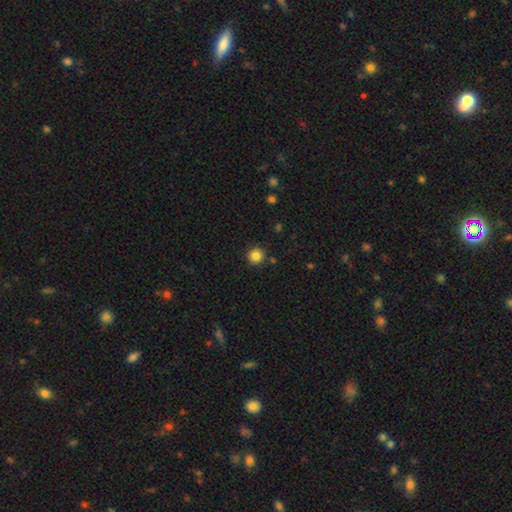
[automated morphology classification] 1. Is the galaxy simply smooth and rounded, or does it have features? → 85% smooth, 11% star or artifact, 4% featured or disk.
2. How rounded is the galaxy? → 94% round, 5% in between, 1% cigar-shaped.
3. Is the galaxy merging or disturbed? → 89% none, 6% minor disturbance, 3% merger, 2% major disturbance.